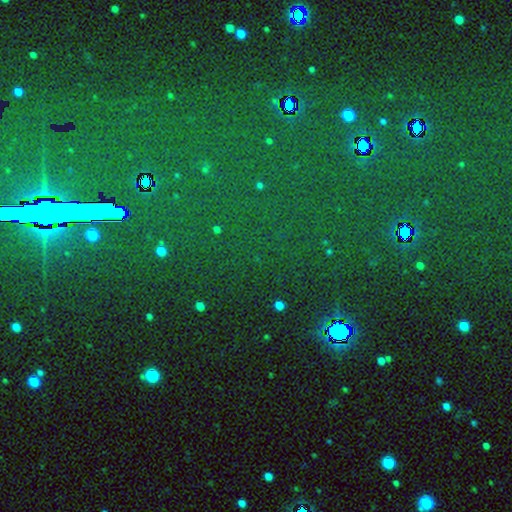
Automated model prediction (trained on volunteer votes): A star or artifact, not a galaxy (84%).

Vote fractions:
- Smooth or featured? star or artifact: 84% / smooth: 9% / featured or disk: 7%